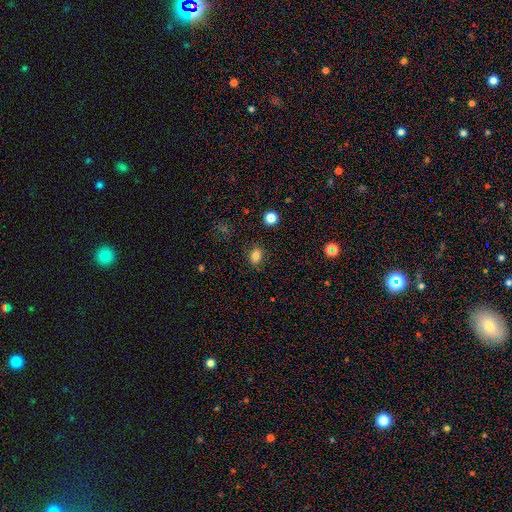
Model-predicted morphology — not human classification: Smooth or featured?
  - smooth: 81% *
  - star or artifact: 13%
  - featured or disk: 5%
How rounded?
  - in between: 62% *
  - round: 37%
  - cigar-shaped: 1%
Merging?
  - none: 84% *
  - minor disturbance: 11%
  - major disturbance: 3%
  - merger: 2%